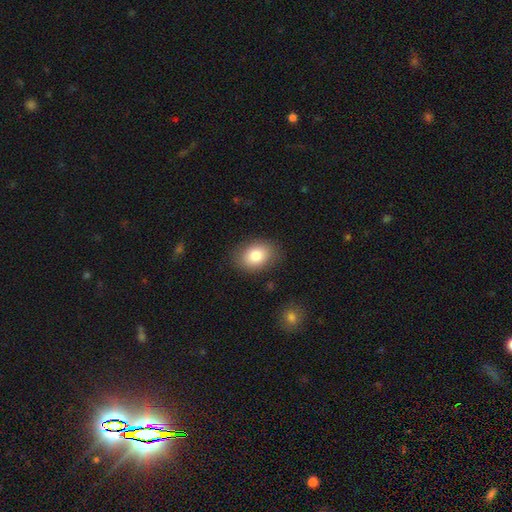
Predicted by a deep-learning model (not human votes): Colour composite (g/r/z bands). It shows a smooth galaxy with no disk features (83%) that is in between round and cigar-shaped (77%). Merging: none (83%).